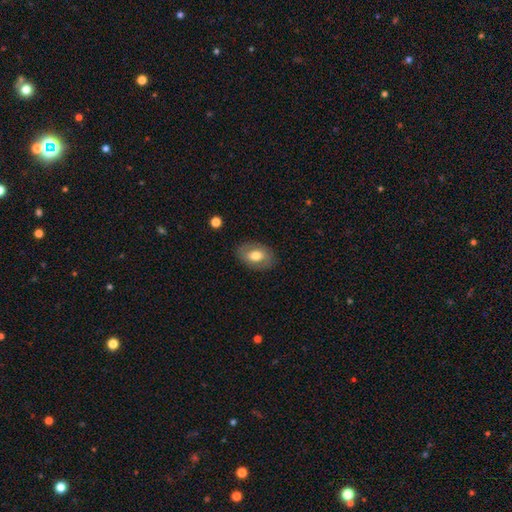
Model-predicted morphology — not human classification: The model was most divided on "smooth or featured": smooth: 63%, featured or disk: 30%, star or artifact: 7%. More confident: how rounded — in between (84%); merging — none (84%).